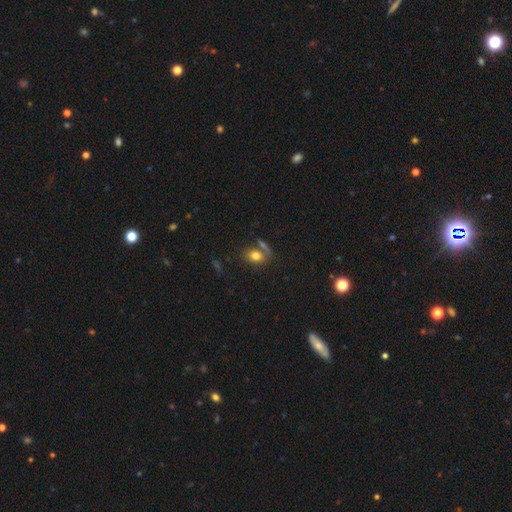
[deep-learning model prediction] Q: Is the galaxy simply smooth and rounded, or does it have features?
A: smooth — 78%.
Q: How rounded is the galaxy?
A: in between — 70%.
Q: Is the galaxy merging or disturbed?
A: none — 59%.